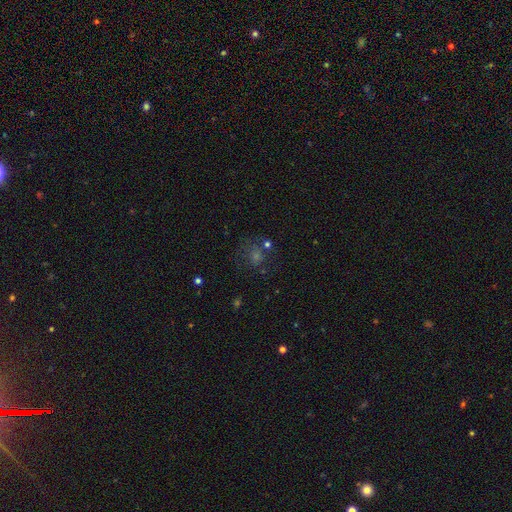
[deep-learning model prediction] smooth-or-featured: smooth: 39% | star or artifact: 38% | featured or disk: 22%
  merging: none: 62% | minor disturbance: 16% | major disturbance: 13% | merger: 8%